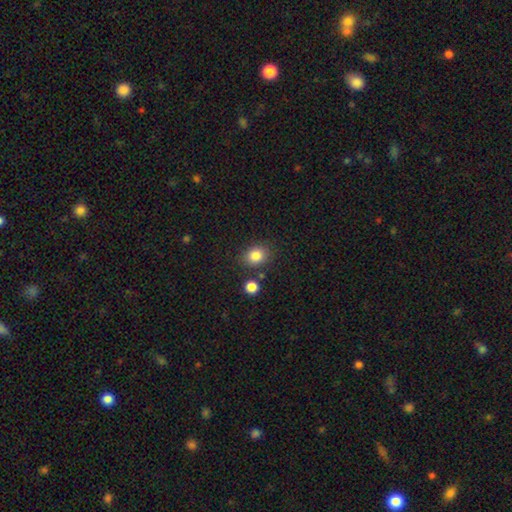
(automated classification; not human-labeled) This is clearly a smooth galaxy (84%). How rounded: possibly round (54%). Merging: clearly none (80%).